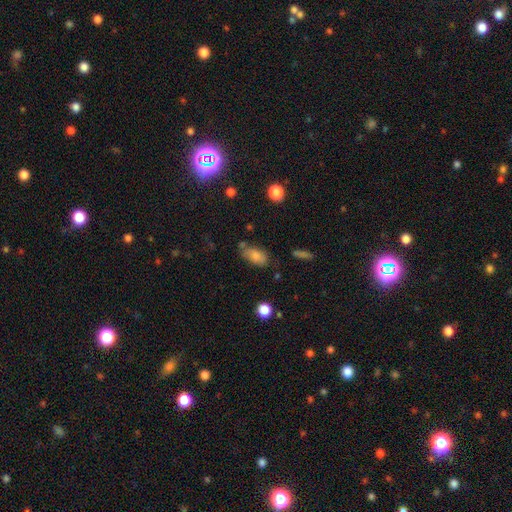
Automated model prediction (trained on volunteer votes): Q: Smooth or featured?
A: smooth (79%); runner-up: featured or disk (12%)
Q: How rounded?
A: in between (90%); runner-up: cigar-shaped (5%)
Q: Merging?
A: none (58%); runner-up: minor disturbance (24%)